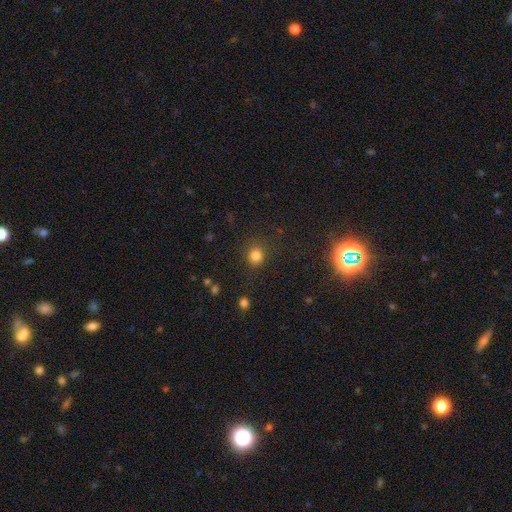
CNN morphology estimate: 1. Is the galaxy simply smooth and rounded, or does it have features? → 82% smooth, 14% star or artifact, 5% featured or disk.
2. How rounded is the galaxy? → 88% round, 11% in between, 1% cigar-shaped.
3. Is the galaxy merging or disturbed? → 85% none, 9% minor disturbance, 4% major disturbance, 2% merger.